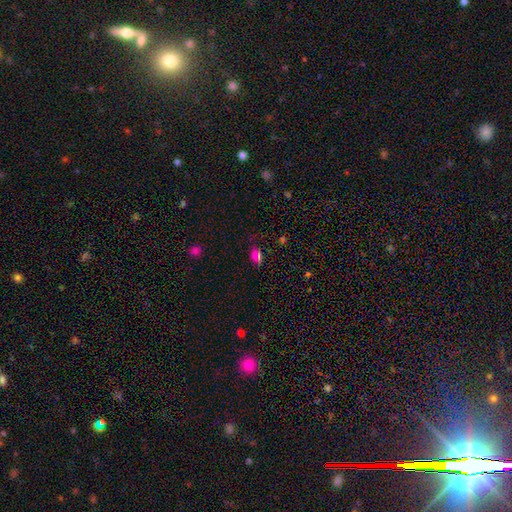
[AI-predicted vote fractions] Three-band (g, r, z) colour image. It shows a smooth galaxy with no disk features (56%) that is in between round and cigar-shaped (79%). Merging: none (70%).